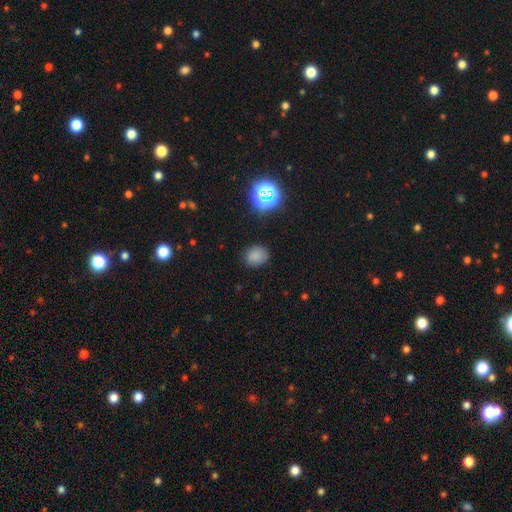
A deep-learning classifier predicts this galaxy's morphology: A smooth galaxy with no disk features (78%) that is round (62%). Merging: none (82%).